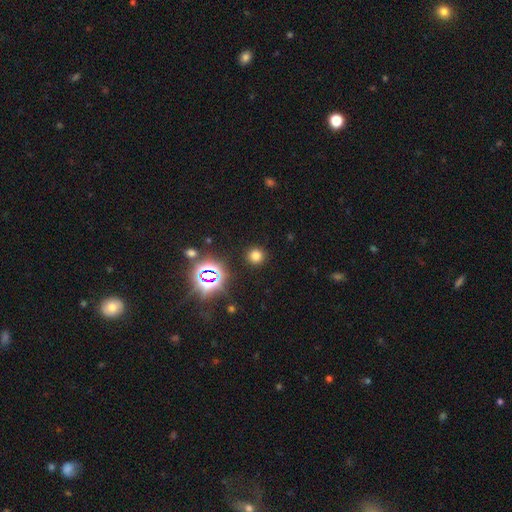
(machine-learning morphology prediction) This appears to be a smooth galaxy with no disk features (71%) that is round (92%). Merging: none (90%).